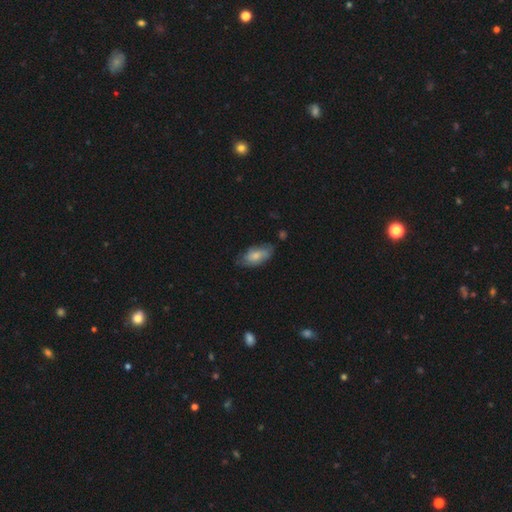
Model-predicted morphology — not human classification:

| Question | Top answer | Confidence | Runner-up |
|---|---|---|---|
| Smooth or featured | smooth | 67% | featured or disk (27%) |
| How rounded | in between | 91% | cigar-shaped (6%) |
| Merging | none | 62% | minor disturbance (29%) |